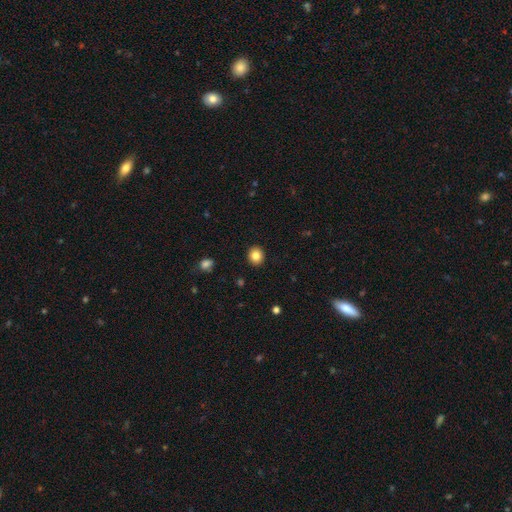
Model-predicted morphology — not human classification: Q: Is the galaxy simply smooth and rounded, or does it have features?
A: smooth — 84%.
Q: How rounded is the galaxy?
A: round — 79%.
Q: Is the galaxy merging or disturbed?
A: none — 92%.